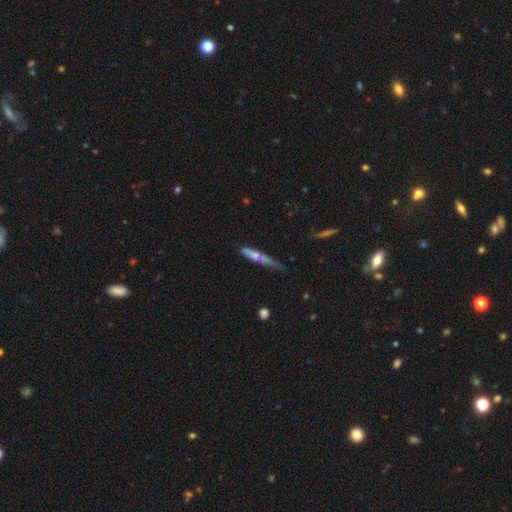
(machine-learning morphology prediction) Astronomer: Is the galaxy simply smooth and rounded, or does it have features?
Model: smooth — 56% (runner-up: featured or disk, 37%).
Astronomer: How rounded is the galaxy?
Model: cigar-shaped — 91%.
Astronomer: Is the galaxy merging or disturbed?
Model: none — 47% (runner-up: minor disturbance, 38%).